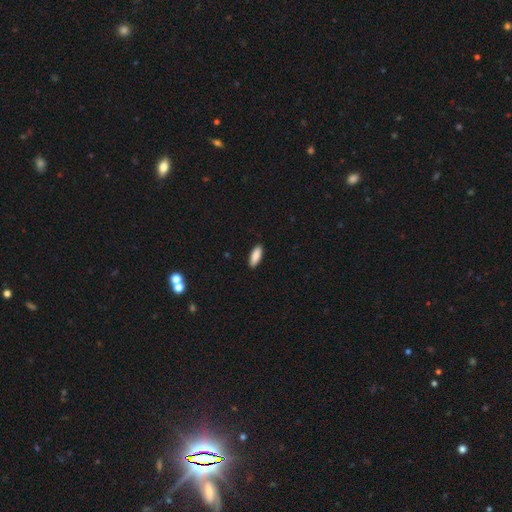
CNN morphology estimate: Smooth or featured? smooth (89%)
How rounded? in between (75%)
Merging? none (89%)